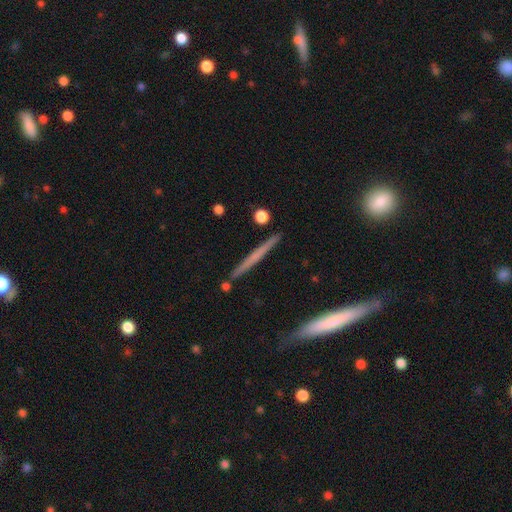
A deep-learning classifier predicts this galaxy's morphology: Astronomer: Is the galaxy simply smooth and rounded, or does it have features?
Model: featured or disk — 51% (runner-up: smooth, 42%).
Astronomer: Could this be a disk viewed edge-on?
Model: yes — 97%.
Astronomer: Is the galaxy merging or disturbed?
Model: none — 88%.